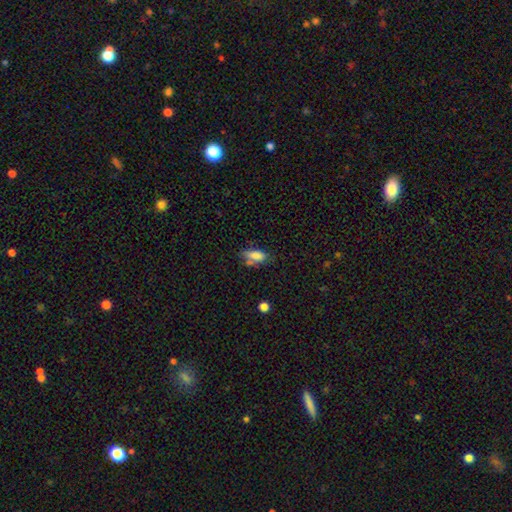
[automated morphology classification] A smooth galaxy with no disk features (80%) that is in between round and cigar-shaped (78%). Merging: none (54%).